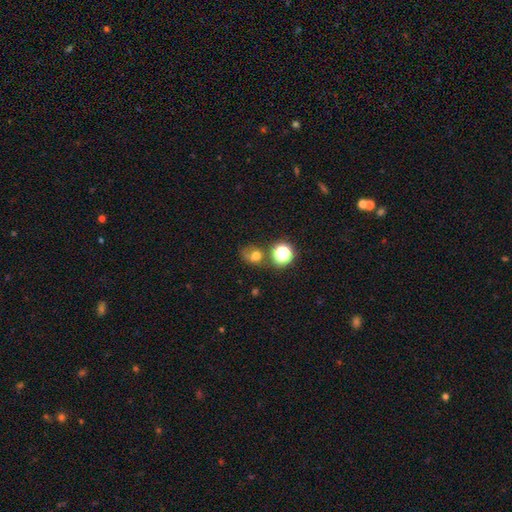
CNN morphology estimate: Q: Smooth or featured?
A: smooth (65%); runner-up: star or artifact (21%)
Q: How rounded?
A: round (66%); runner-up: in between (32%)
Q: Merging?
A: none (48%); runner-up: minor disturbance (20%)